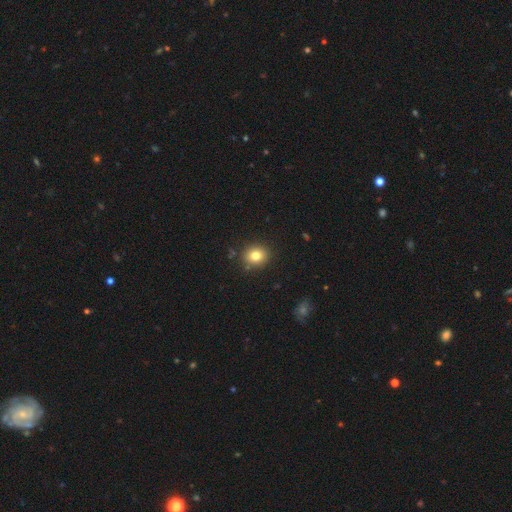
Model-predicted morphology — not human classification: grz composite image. It shows a smooth galaxy with no disk features (80%) that is round (71%). Merging: none (88%).